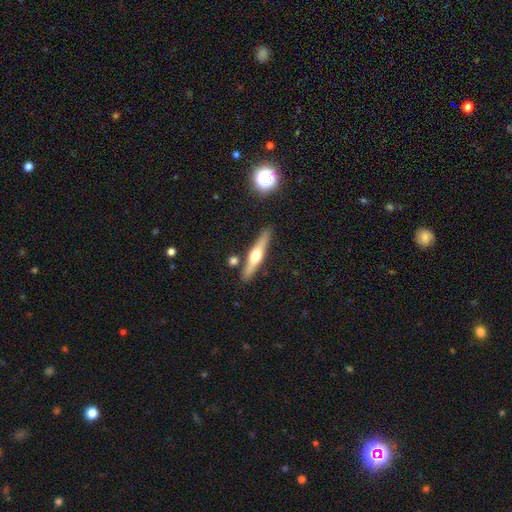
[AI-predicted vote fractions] Q: Smooth or featured?
A: featured or disk (58%); runner-up: smooth (35%)
Q: Edge-on disk?
A: yes (95%); runner-up: no (5%)
Q: Edge-on bulge?
A: rounded (93%); runner-up: none (4%)
Q: Merging?
A: none (84%); runner-up: minor disturbance (9%)